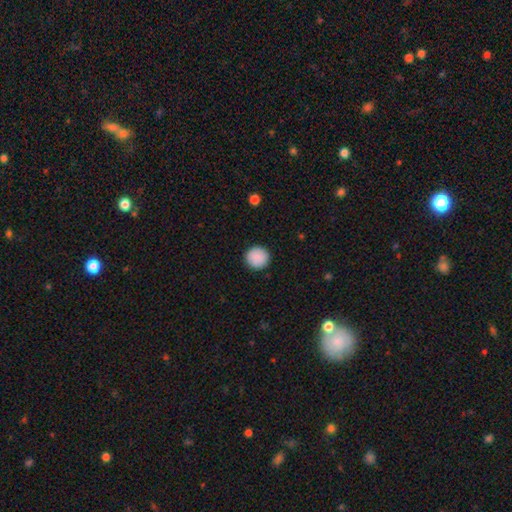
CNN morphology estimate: smooth-or-featured: smooth: 89% | star or artifact: 7% | featured or disk: 3%
  how-rounded: round: 95% | in between: 4% | cigar-shaped: 1%
  merging: none: 92% | minor disturbance: 5% | major disturbance: 2% | merger: 1%